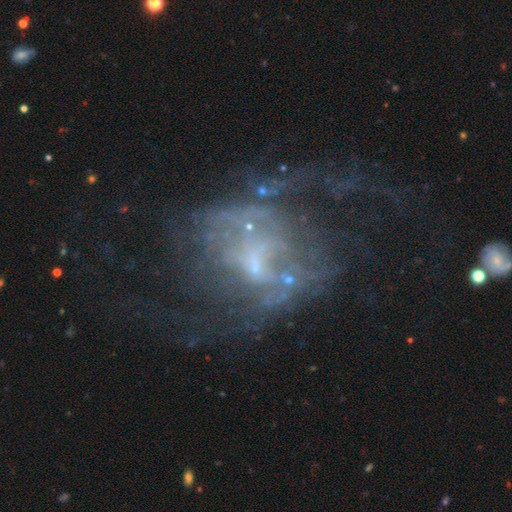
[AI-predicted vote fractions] Q: Smooth or featured?
A: featured or disk (72%); runner-up: star or artifact (16%)
Q: Edge-on disk?
A: no (97%); runner-up: yes (3%)
Q: Bar?
A: no (63%); runner-up: weak (29%)
Q: Spiral arms?
A: yes (54%); runner-up: no (46%)
Q: Bulge size?
A: small (52%); runner-up: none (25%)
Q: Merging?
A: major disturbance (44%); runner-up: none (33%)